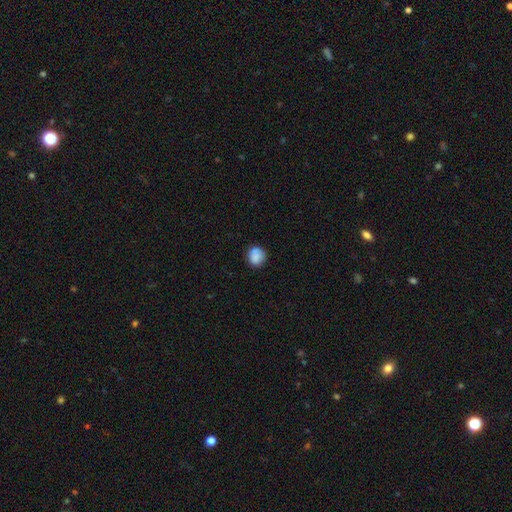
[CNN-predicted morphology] A smooth galaxy with no disk features (84%) that is round (86%).

Vote fractions:
- Smooth or featured? smooth: 84% / star or artifact: 8% / featured or disk: 8%
- How rounded? round: 86% / in between: 13% / cigar-shaped: 1%
- Merging? none: 79% / minor disturbance: 15% / major disturbance: 3% / merger: 3%